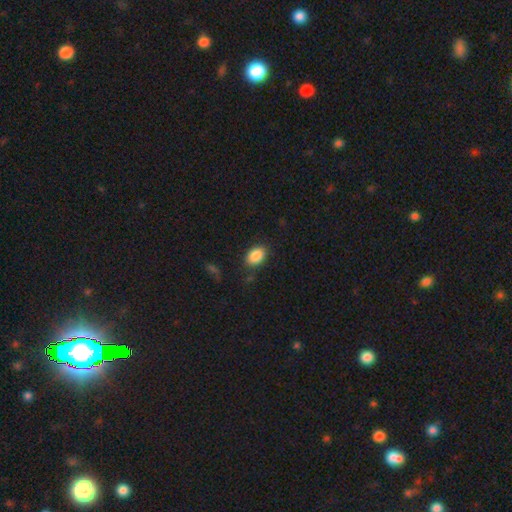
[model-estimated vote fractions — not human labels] Smooth or featured? smooth (87%)
How rounded? in between (87%)
Merging? none (82%)